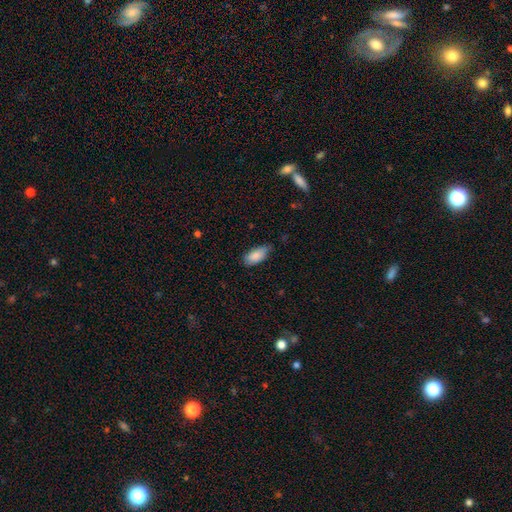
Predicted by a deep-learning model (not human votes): Morphology: type=smooth (86%); roundness=in between (89%); merging=none (66%).